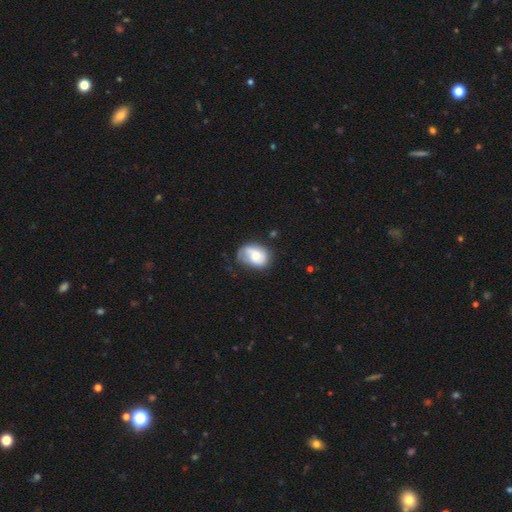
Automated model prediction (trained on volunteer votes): This appears to be a smooth galaxy with no disk features (49%). Merging: none (50%).